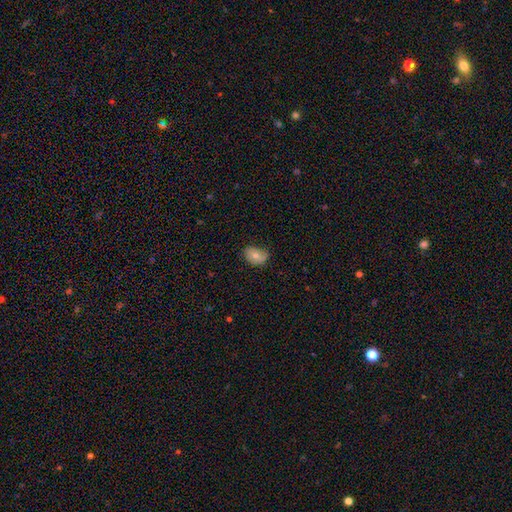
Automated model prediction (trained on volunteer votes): This is likely a smooth galaxy (69%). How rounded: likely in between (73%). Merging: likely none (62%).